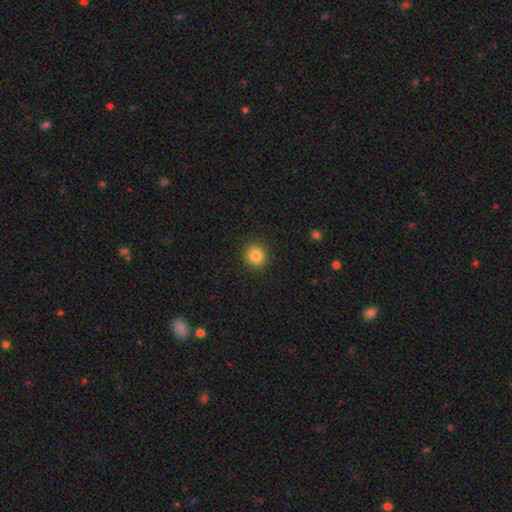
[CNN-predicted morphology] This is clearly a smooth galaxy (84%). How rounded: clearly round (91%). Merging: clearly none (91%).